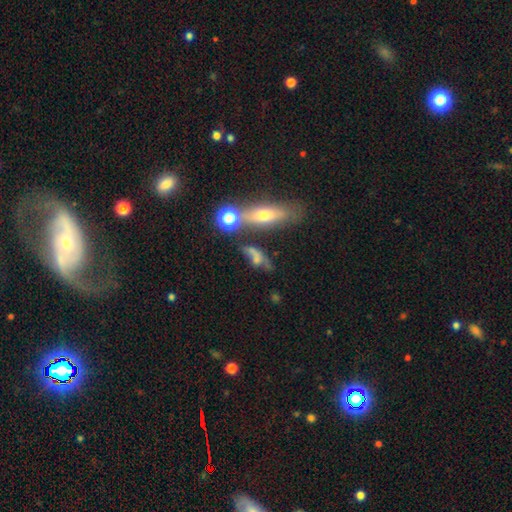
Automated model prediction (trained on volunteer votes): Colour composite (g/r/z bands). It shows a smooth galaxy with no disk features (54%) that is in between round and cigar-shaped (49%). Merging: none (40%).